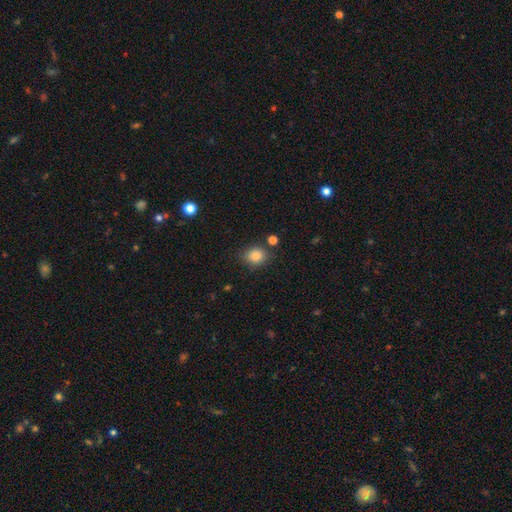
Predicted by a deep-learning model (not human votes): smooth-or-featured: smooth: 85% | star or artifact: 10% | featured or disk: 5%
  how-rounded: round: 61% | in between: 38% | cigar-shaped: 1%
  merging: none: 77% | minor disturbance: 14% | merger: 5% | major disturbance: 4%